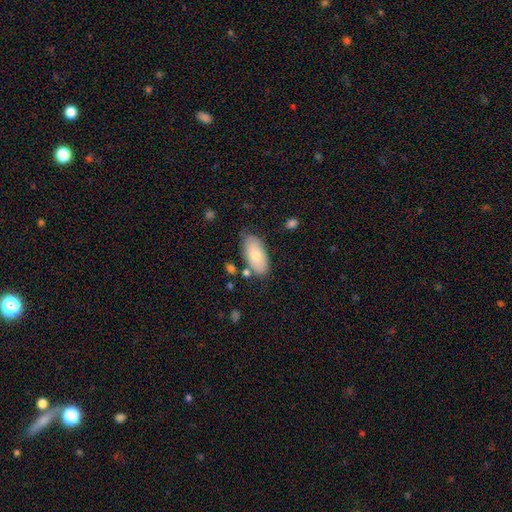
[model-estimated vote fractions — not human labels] A smooth galaxy with no disk features (74%) that is in between round and cigar-shaped (93%).

Vote fractions:
- Smooth or featured? smooth: 74% / featured or disk: 20% / star or artifact: 6%
- How rounded? in between: 93% / cigar-shaped: 5% / round: 2%
- Merging? none: 71% / minor disturbance: 19% / merger: 5% / major disturbance: 4%